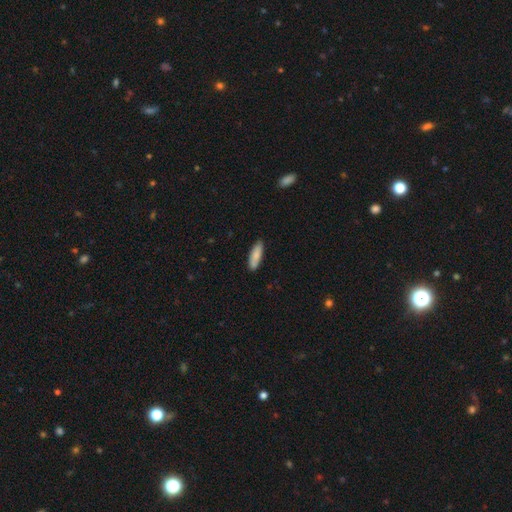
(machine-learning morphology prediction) Overall: smooth (85%). How rounded: cigar-shaped (51%; in between 48%). Merging: none (83%).